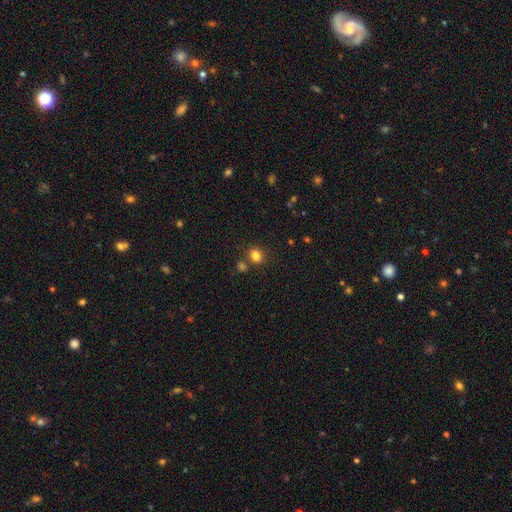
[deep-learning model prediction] This is clearly a smooth galaxy (82%). How rounded: likely round (68%). Merging: likely none (75%).